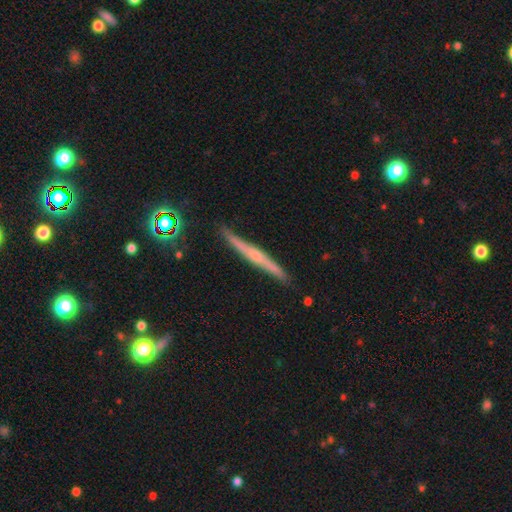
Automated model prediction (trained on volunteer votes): The model was most divided on "edge-on bulge": rounded: 60%, none: 33%, boxy: 7%. More confident: edge-on disk — yes (96%); merging — none (84%); smooth or featured — featured or disk (71%).